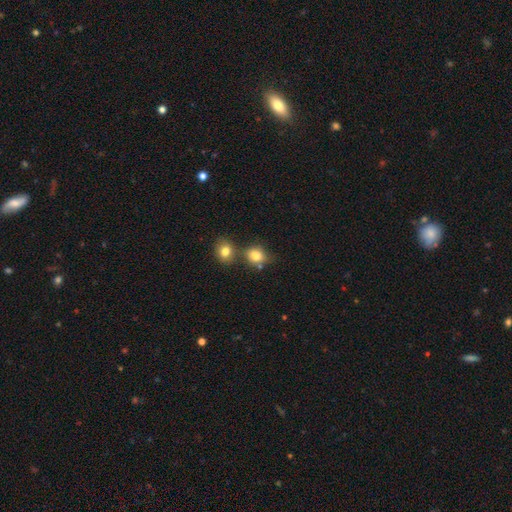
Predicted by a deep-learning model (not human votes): smooth_or_featured: smooth (p=0.81) [alt: star or artifact p=0.11]
how_rounded: round (p=0.64) [alt: in between p=0.35]
merging: none (p=0.57) [alt: merger p=0.25]